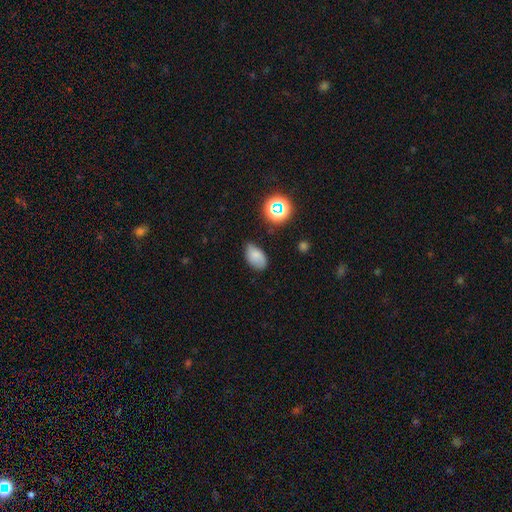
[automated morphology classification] The model was most divided on "merging": none: 67%, minor disturbance: 25%, major disturbance: 5%, merger: 2%. More confident: how rounded — in between (90%); smooth or featured — smooth (76%).